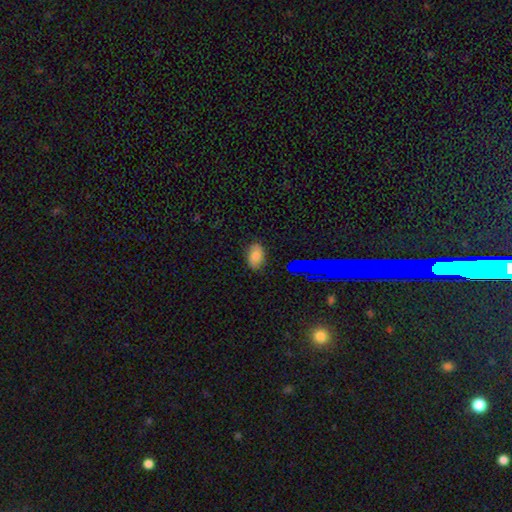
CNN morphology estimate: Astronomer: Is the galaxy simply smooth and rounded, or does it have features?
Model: smooth — 77%.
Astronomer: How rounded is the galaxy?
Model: in between — 89%.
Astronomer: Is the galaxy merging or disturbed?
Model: none — 80%.